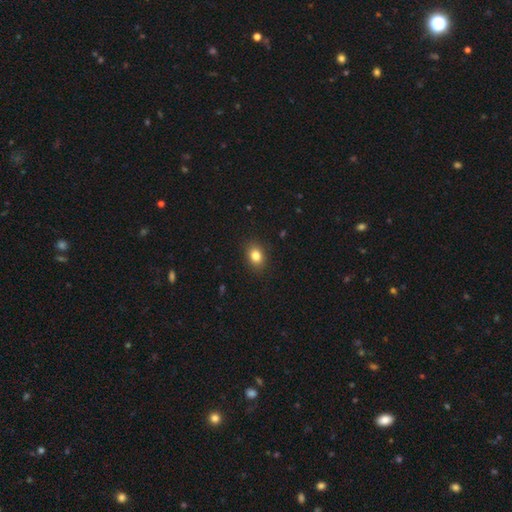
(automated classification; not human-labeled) smooth-or-featured: smooth: 83% | star or artifact: 10% | featured or disk: 7%
  how-rounded: in between: 64% | round: 35% | cigar-shaped: 1%
  merging: none: 88% | minor disturbance: 9% | major disturbance: 2% | merger: 1%